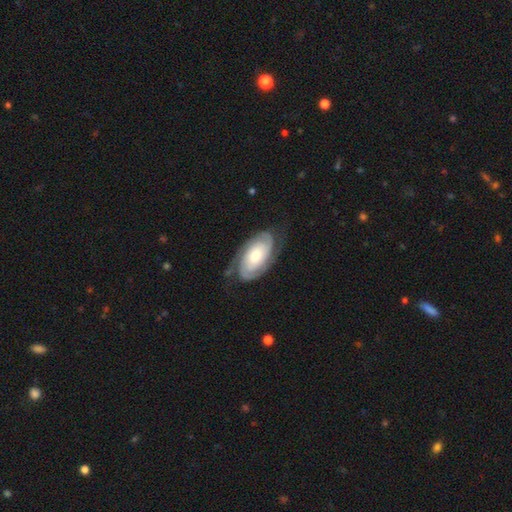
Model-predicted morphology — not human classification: The model was most divided on "bulge size": moderate: 51%, small: 26%, large: 17%, dominant: 3%, none: 3%. More confident: edge-on disk — no (96%); spiral arms — yes (95%); spiral arm count — 2 (85%); smooth or featured — featured or disk (81%); merging — none (73%); bar — no (72%); spiral winding — tight (63%).